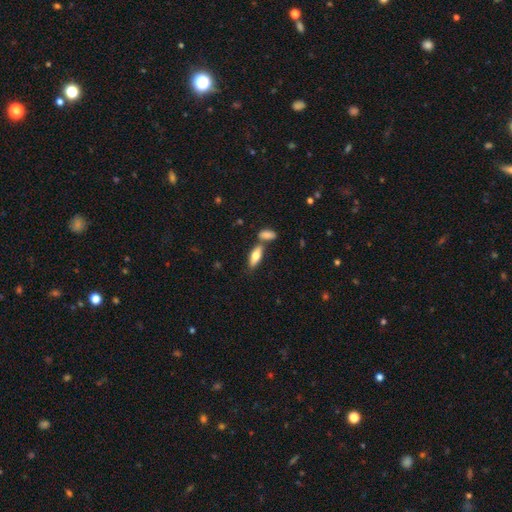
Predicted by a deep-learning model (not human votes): Smooth or featured? smooth (69%)
How rounded? in between (69%)
Merging? none (62%)